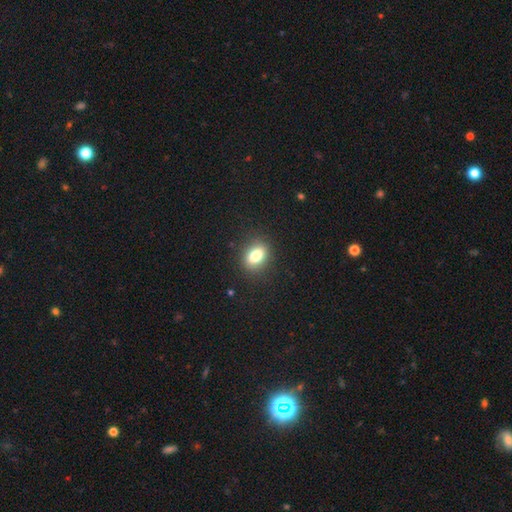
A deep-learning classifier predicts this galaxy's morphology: Q: Smooth or featured?
A: smooth (80%); runner-up: star or artifact (10%)
Q: How rounded?
A: in between (72%); runner-up: round (25%)
Q: Merging?
A: none (87%); runner-up: minor disturbance (9%)